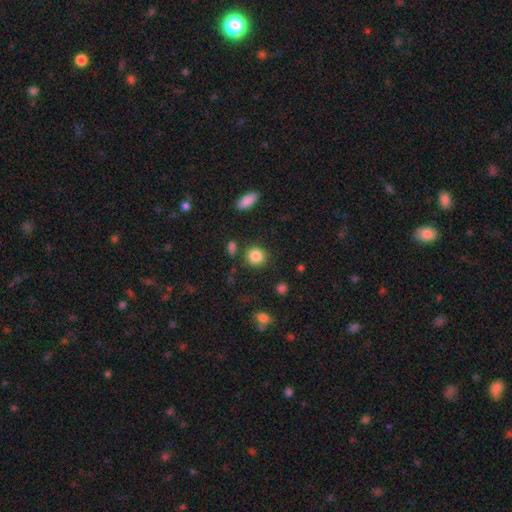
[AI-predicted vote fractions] A smooth galaxy with no disk features (86%) that is round (84%). Merging: none (82%).